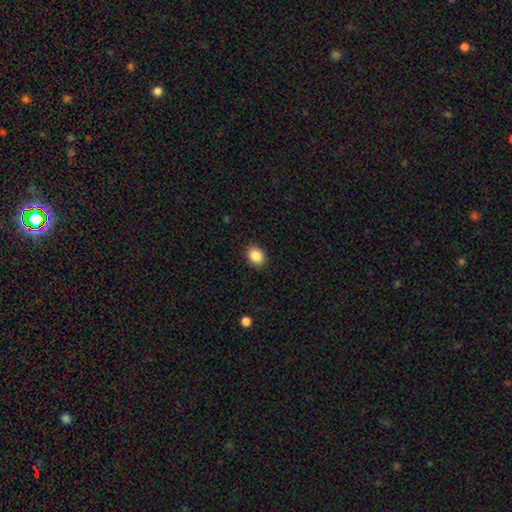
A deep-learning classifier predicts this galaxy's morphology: Q: Smooth or featured?
A: smooth (86%); runner-up: star or artifact (9%)
Q: How rounded?
A: in between (57%); runner-up: round (42%)
Q: Merging?
A: none (89%); runner-up: minor disturbance (8%)